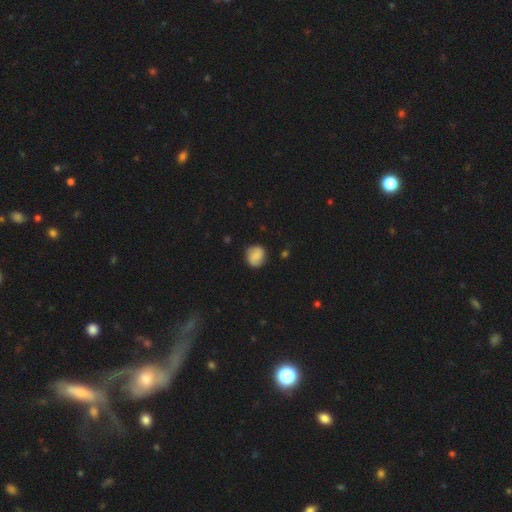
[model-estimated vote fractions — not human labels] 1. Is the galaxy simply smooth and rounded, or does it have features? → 53% smooth, 38% featured or disk, 9% star or artifact.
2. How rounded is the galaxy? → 80% round, 19% in between, 1% cigar-shaped.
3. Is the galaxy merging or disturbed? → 82% none, 13% minor disturbance, 4% major disturbance, 1% merger.